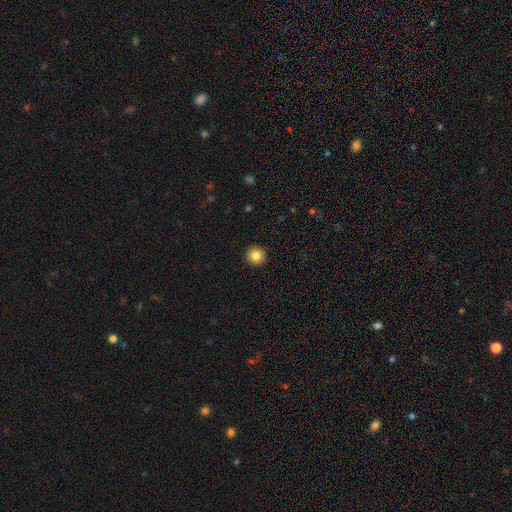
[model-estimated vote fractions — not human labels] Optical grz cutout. It shows a smooth galaxy with no disk features (84%) that is round (95%). Merging: none (93%).